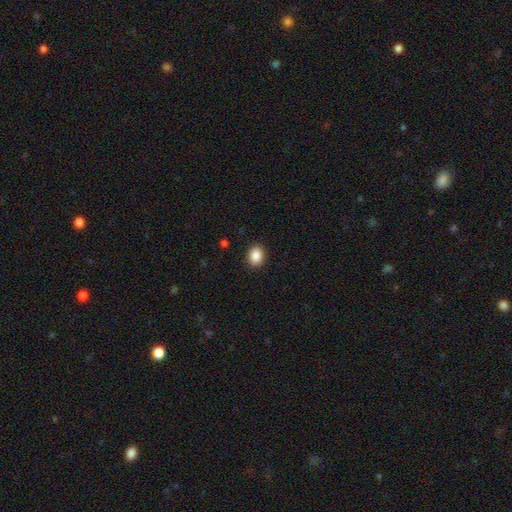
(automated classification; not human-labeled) This is clearly a smooth galaxy (88%). How rounded: likely in between (61%). Merging: clearly none (90%).